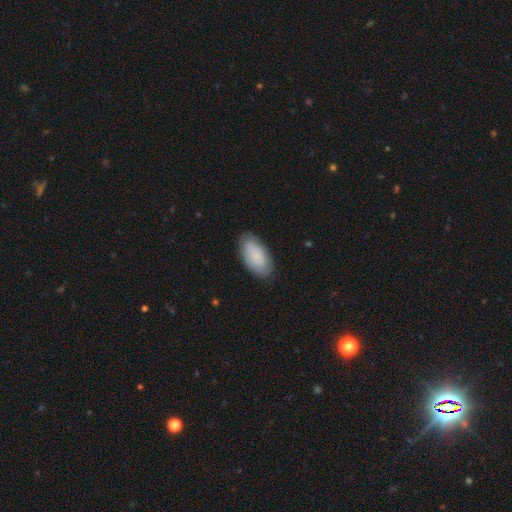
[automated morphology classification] smooth-or-featured: smooth: 76% | featured or disk: 18% | star or artifact: 6%
  how-rounded: in between: 95% | cigar-shaped: 3% | round: 3%
  merging: none: 82% | minor disturbance: 14% | major disturbance: 3% | merger: 1%